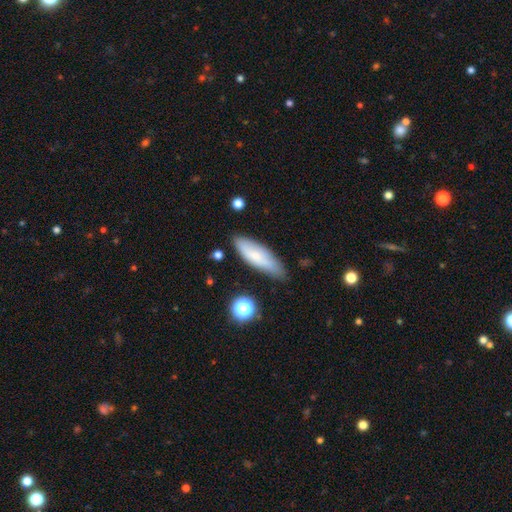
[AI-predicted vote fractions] Smooth or featured: smooth — 72% (featured or disk — 21%)
How rounded: in between — 50% (cigar-shaped — 48%)
Merging: none — 74% (minor disturbance — 20%)